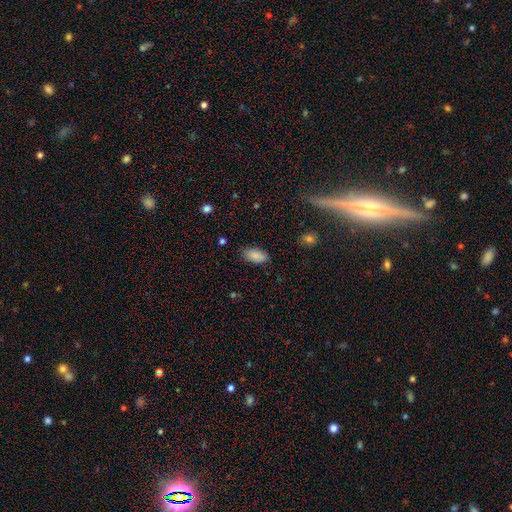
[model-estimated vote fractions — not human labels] The model was most divided on "merging": none: 84%, minor disturbance: 12%, major disturbance: 3%, merger: 1%. More confident: how rounded — in between (95%); smooth or featured — smooth (86%).